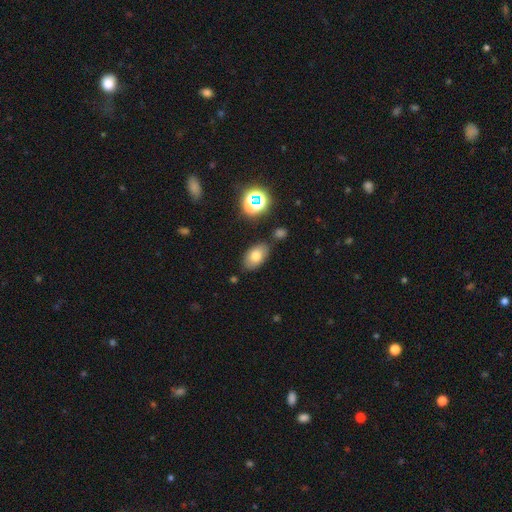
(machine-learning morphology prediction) Overall: smooth (73%). How rounded: in between (90%). Merging: none (78%).